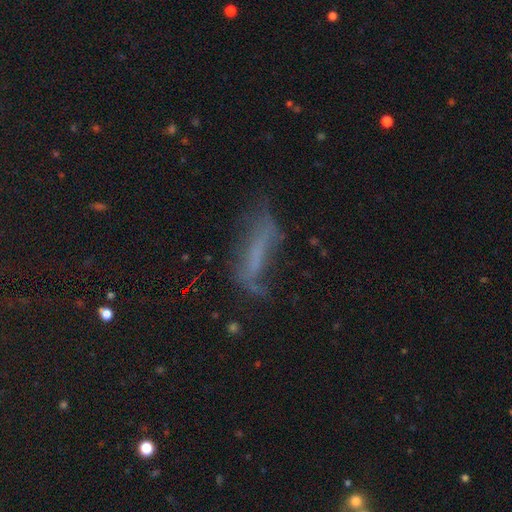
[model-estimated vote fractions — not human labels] smooth_or_featured: smooth (p=0.41) [tied with: featured or disk p=0.41]
merging: none (p=0.40) [alt: major disturbance p=0.28]